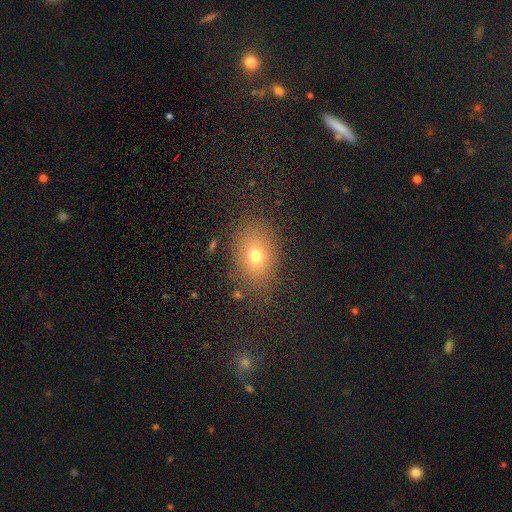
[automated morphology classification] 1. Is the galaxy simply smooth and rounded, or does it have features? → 72% smooth, 15% star or artifact, 13% featured or disk.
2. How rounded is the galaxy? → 66% in between, 32% round, 1% cigar-shaped.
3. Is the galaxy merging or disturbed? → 80% none, 13% minor disturbance, 6% major disturbance, 2% merger.